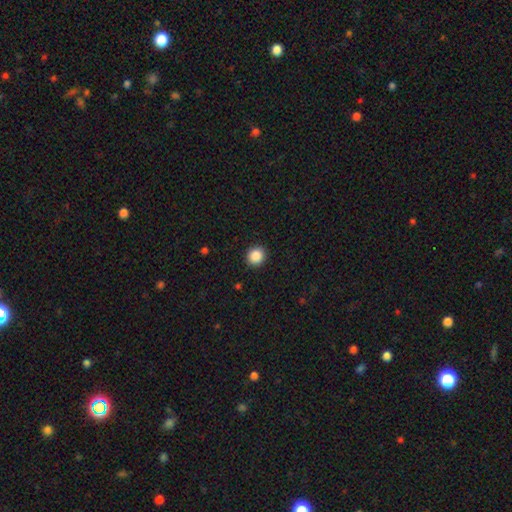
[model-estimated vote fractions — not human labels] Morphology: type=smooth (88%); roundness=round (88%); merging=none (92%).